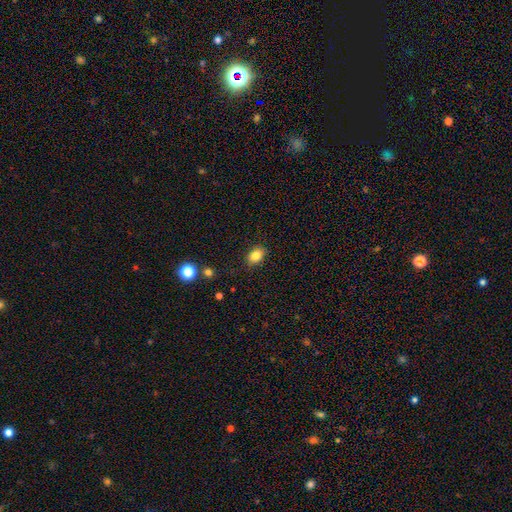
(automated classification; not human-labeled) Smooth or featured: smooth — 83% (star or artifact — 10%)
How rounded: in between — 74% (round — 25%)
Merging: none — 85% (minor disturbance — 11%)